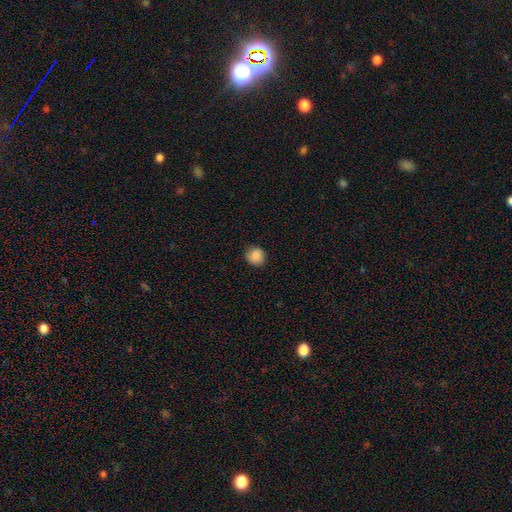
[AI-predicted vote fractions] Smooth or featured? Predicted: smooth (p=0.88). How rounded? Predicted: round (p=0.86). Merging? Predicted: none (p=0.88).